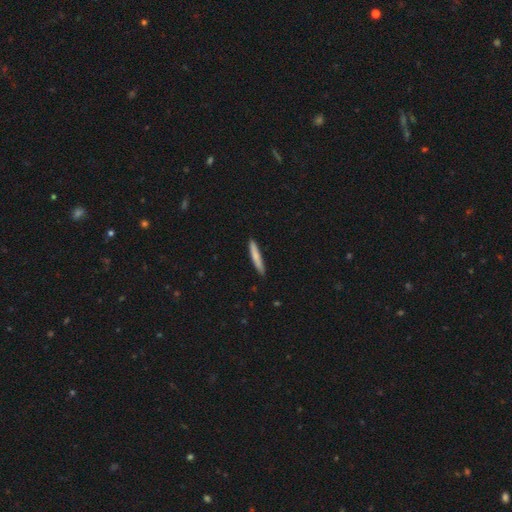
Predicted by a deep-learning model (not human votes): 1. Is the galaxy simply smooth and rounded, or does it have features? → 75% smooth, 20% featured or disk, 6% star or artifact.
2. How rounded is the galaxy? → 94% cigar-shaped, 5% in between, 1% round.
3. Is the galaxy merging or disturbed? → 90% none, 8% minor disturbance, 1% major disturbance, 1% merger.